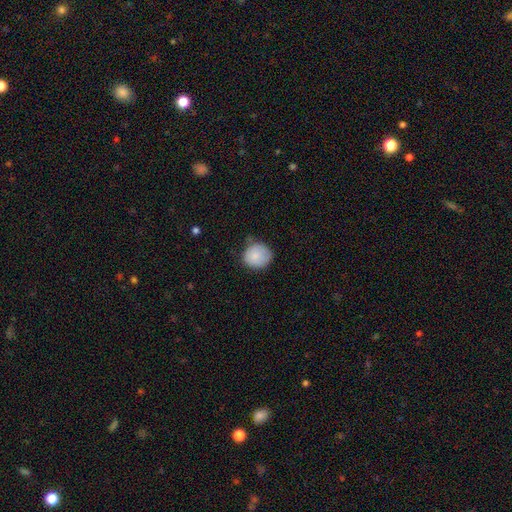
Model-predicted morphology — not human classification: A smooth galaxy with no disk features (84%) that is round (82%). Merging: none (62%).